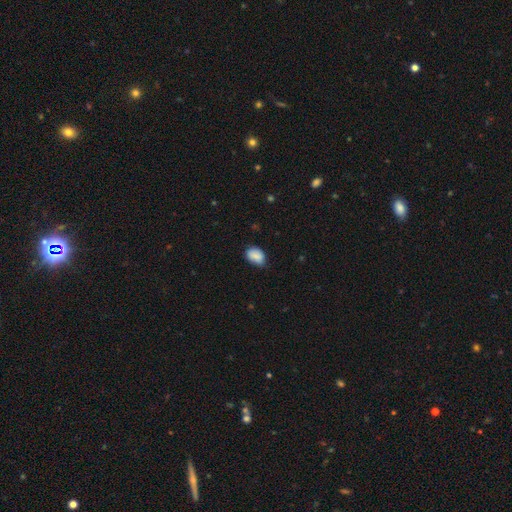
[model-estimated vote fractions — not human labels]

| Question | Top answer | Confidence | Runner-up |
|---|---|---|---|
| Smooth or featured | smooth | 84% | featured or disk (8%) |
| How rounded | in between | 78% | round (20%) |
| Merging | none | 62% | minor disturbance (31%) |